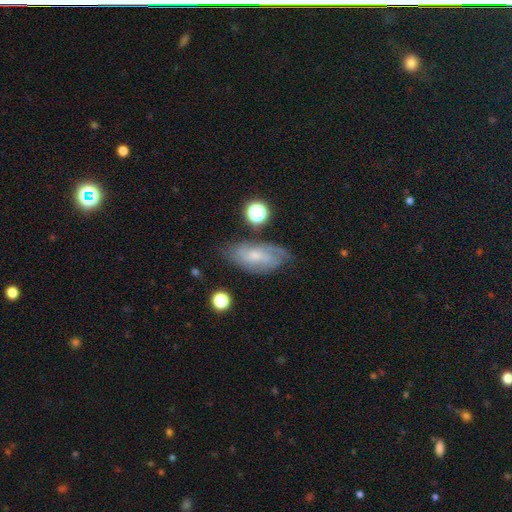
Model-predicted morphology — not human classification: smooth_or_featured: featured or disk (p=0.67) [alt: smooth p=0.24]
disk_edge_on: no (p=0.92) [alt: yes p=0.08]
bar: no (p=0.63) [alt: weak p=0.32]
has_spiral_arms: yes (p=0.89) [alt: no p=0.11]
spiral_winding: tight (p=0.49) [alt: medium p=0.38]
spiral_arm_count: can't tell (p=0.41) [alt: 2 p=0.32]
bulge_size: small (p=0.61) [alt: moderate p=0.28]
merging: none (p=0.66) [alt: minor disturbance p=0.22]